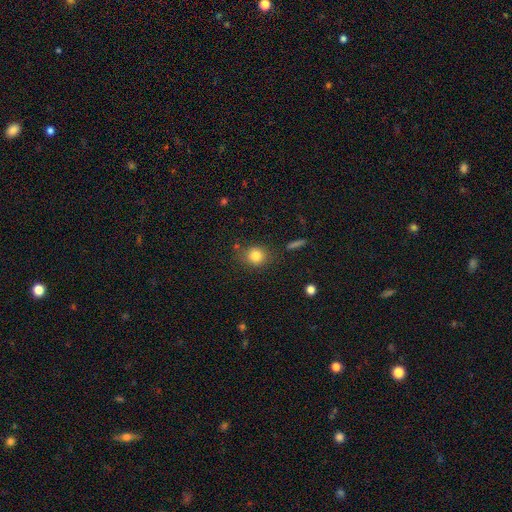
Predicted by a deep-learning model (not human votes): Overall: smooth (82%). How rounded: round (73%). Merging: none (79%).